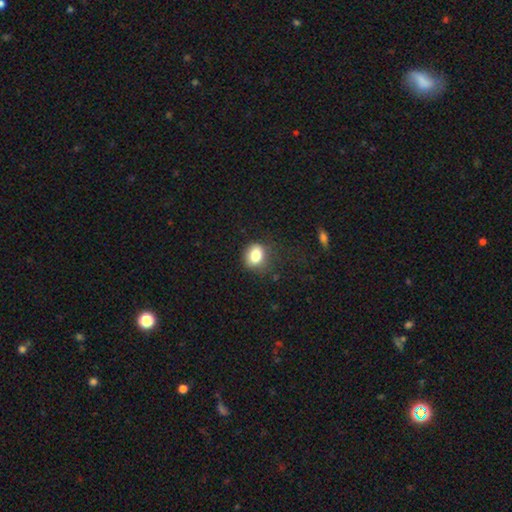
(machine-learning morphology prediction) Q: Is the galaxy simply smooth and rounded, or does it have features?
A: smooth — 82%.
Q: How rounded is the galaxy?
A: round — 53%.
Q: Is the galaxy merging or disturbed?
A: none — 70%.